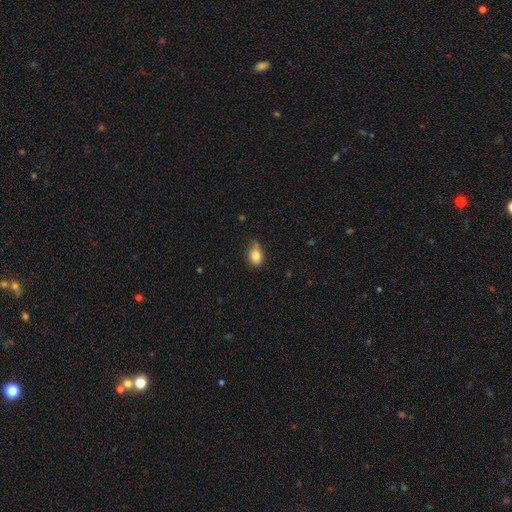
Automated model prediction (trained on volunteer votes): smooth 81%, featured or disk 10%, star or artifact 9%. Down the decision tree: how rounded — in between (80%); merging — none (55%).